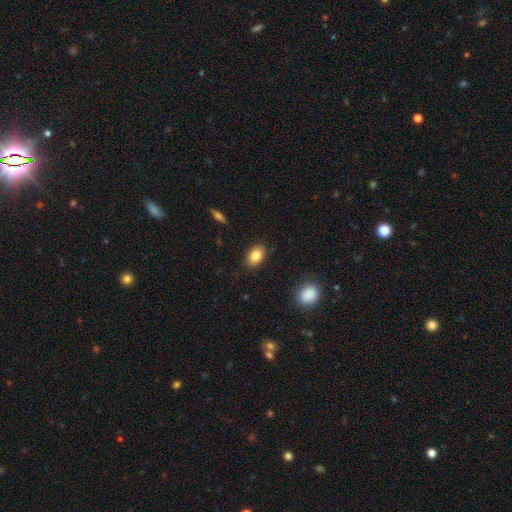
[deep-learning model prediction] Smooth or featured: smooth — 84% (star or artifact — 8%)
How rounded: in between — 86% (round — 13%)
Merging: none — 87% (minor disturbance — 10%)